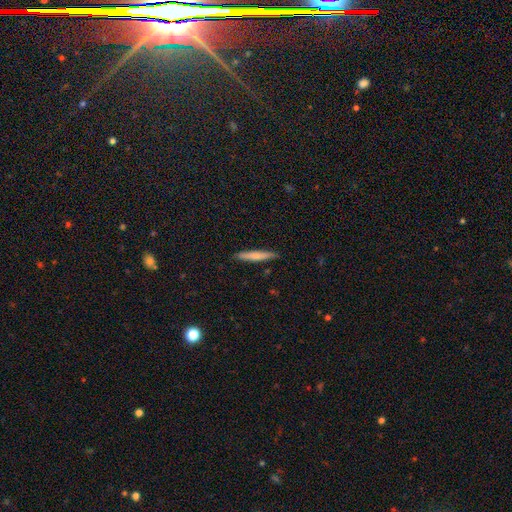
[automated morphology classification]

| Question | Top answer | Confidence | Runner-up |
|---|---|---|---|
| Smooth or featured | smooth | 64% | featured or disk (31%) |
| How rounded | cigar-shaped | 94% | in between (5%) |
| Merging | none | 89% | minor disturbance (9%) |